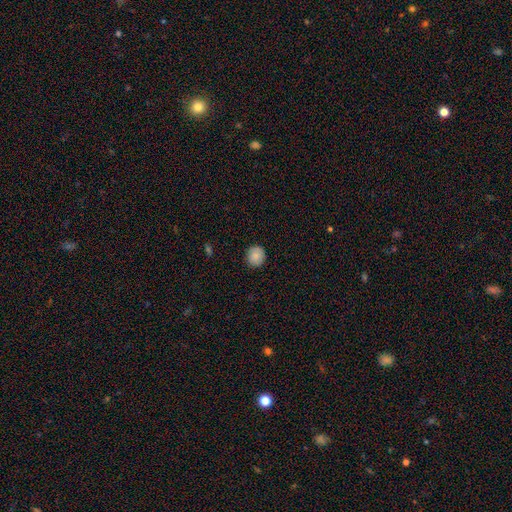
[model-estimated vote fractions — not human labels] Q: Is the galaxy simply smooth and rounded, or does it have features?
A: smooth — 85%.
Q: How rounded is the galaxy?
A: round — 87%.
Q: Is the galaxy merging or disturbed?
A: none — 88%.